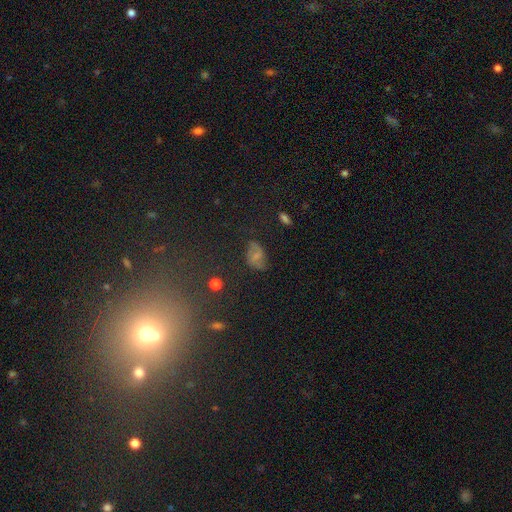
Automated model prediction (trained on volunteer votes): smooth_or_featured: smooth (p=0.50) [alt: featured or disk p=0.32]
merging: none (p=0.62) [alt: minor disturbance p=0.24]